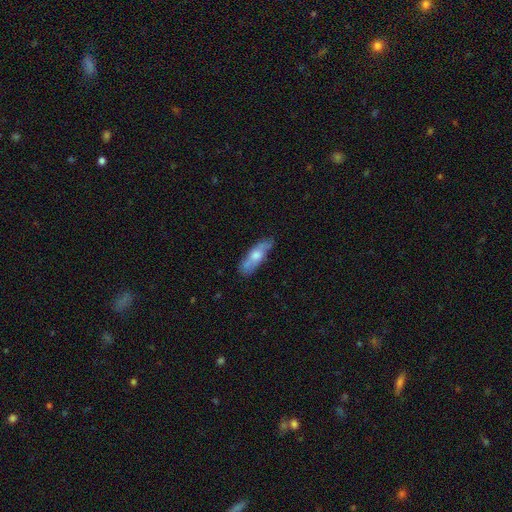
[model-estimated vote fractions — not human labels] smooth 59%, featured or disk 35%, star or artifact 6%. Down the decision tree: how rounded — in between (51%); merging — none (69%).